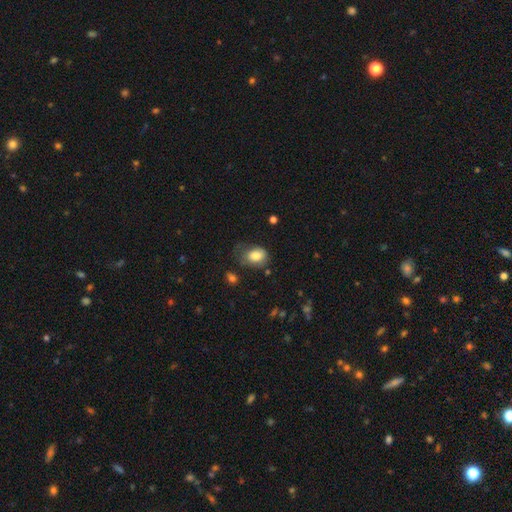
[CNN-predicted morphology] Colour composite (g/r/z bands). It shows a smooth galaxy with no disk features (81%) that is in between round and cigar-shaped (72%). Merging: none (53%).